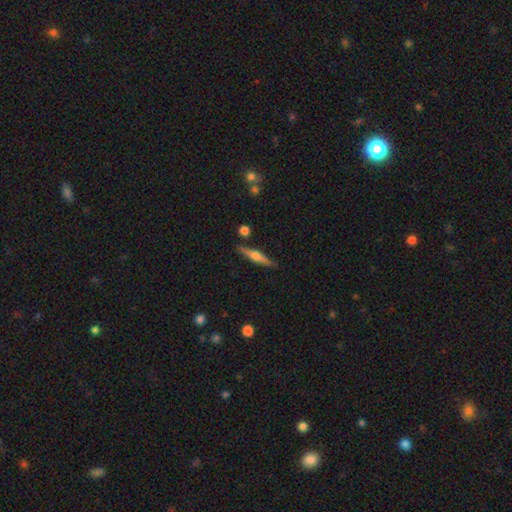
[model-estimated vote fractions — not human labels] featured or disk 64%, smooth 30%, star or artifact 7%. Down the decision tree: edge-on disk — yes (97%); edge-on bulge — rounded (83%); merging — none (86%).